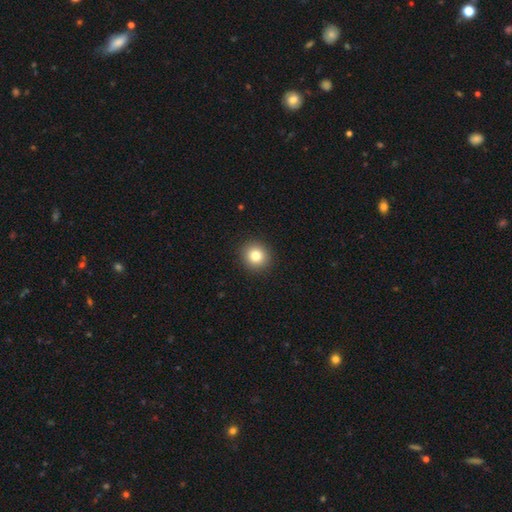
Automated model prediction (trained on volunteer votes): A smooth galaxy with no disk features (82%) that is round (91%).

Vote fractions:
- Smooth or featured? smooth: 82% / star or artifact: 11% / featured or disk: 7%
- How rounded? round: 91% / in between: 8% / cigar-shaped: 1%
- Merging? none: 93% / minor disturbance: 5% / major disturbance: 2% / merger: 1%